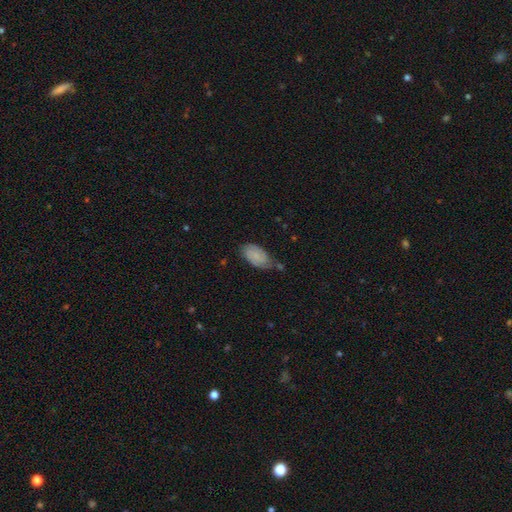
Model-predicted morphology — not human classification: The model was most divided on "merging": none: 56%, minor disturbance: 29%, major disturbance: 8%, merger: 7%. More confident: how rounded — in between (93%); smooth or featured — smooth (67%).